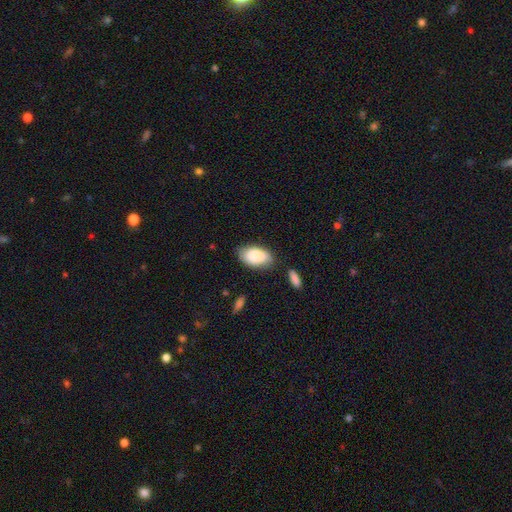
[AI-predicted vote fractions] smooth 86%, featured or disk 8%, star or artifact 6%. Down the decision tree: how rounded — in between (94%); merging — none (73%).